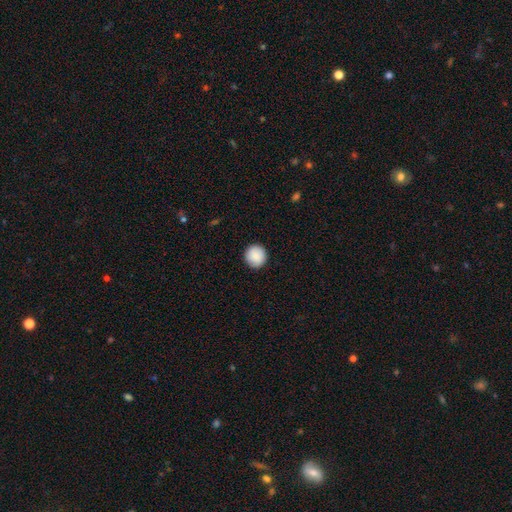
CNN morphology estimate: smooth 89%, star or artifact 7%, featured or disk 4%. Down the decision tree: how rounded — round (94%); merging — none (91%).